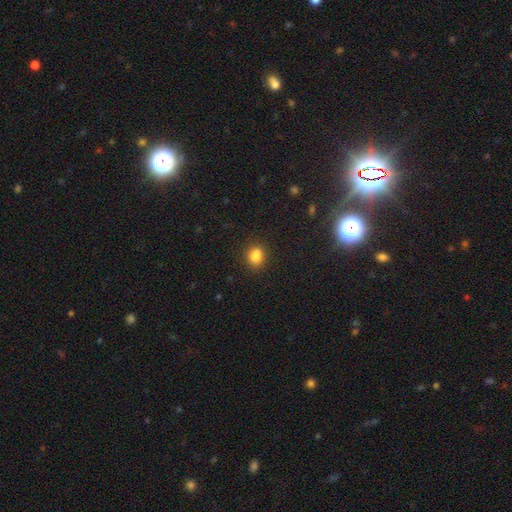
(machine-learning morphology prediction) Smooth or featured?
  - smooth: 84% *
  - star or artifact: 11%
  - featured or disk: 5%
How rounded?
  - in between: 57% *
  - round: 42%
  - cigar-shaped: 1%
Merging?
  - none: 82% *
  - minor disturbance: 12%
  - major disturbance: 3%
  - merger: 3%